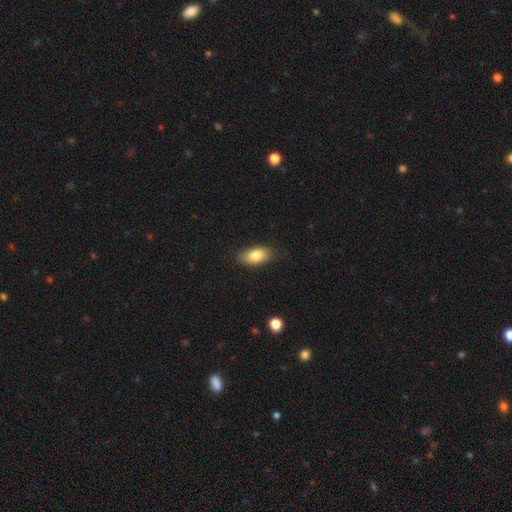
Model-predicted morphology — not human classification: Q: Smooth or featured?
A: smooth (82%); runner-up: featured or disk (11%)
Q: How rounded?
A: in between (91%); runner-up: round (6%)
Q: Merging?
A: none (83%); runner-up: minor disturbance (13%)